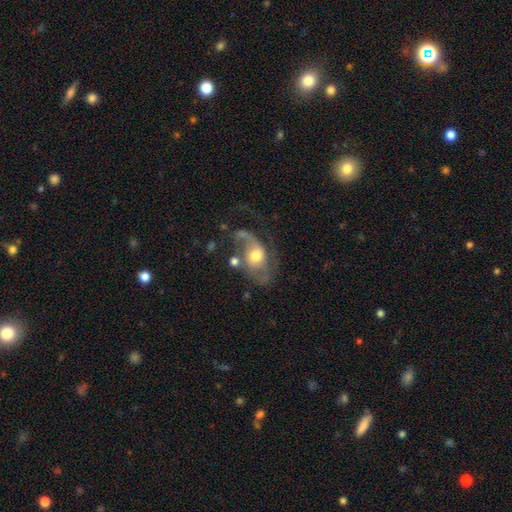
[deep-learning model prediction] Morphology: type=featured or disk (64%); edge-on=no (95%); bar=no (71%); spiral arms=yes (74%); bulge=moderate (67%); merging=major disturbance (39%).